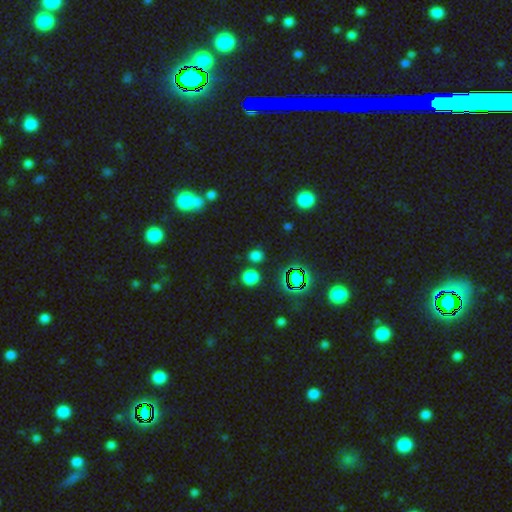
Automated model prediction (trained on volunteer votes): The model was most divided on "smooth or featured": smooth: 68%, star or artifact: 26%, featured or disk: 6%. More confident: merging — none (79%); how rounded — round (71%).